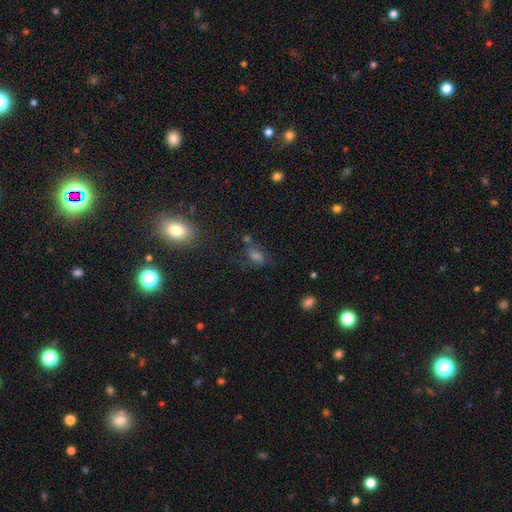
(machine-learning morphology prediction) Smooth or featured?
  - smooth: 48% *
  - star or artifact: 30%
  - featured or disk: 22%
Merging?
  - none: 57% *
  - minor disturbance: 20%
  - major disturbance: 15%
  - merger: 9%